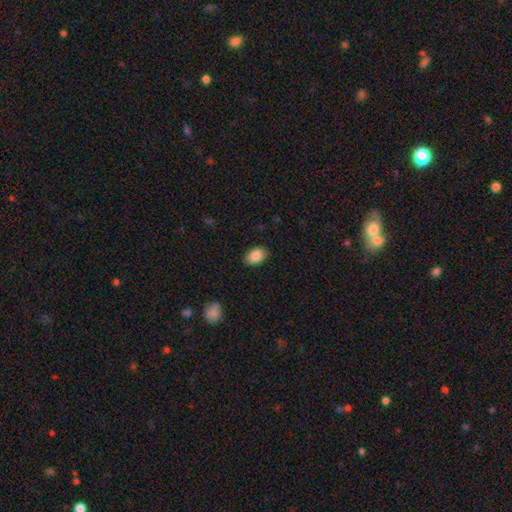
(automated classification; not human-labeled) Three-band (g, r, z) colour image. It shows a smooth galaxy with no disk features (87%) that is in between round and cigar-shaped (84%). Merging: none (87%).